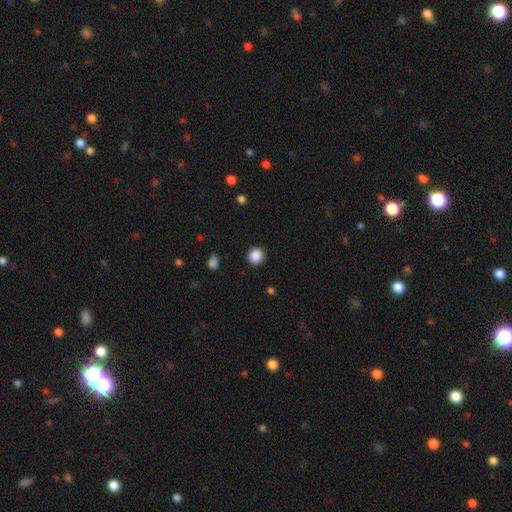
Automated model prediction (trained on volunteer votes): Smooth or featured?
  - smooth: 88% *
  - star or artifact: 9%
  - featured or disk: 3%
How rounded?
  - round: 84% *
  - in between: 15%
  - cigar-shaped: 1%
Merging?
  - none: 90% *
  - minor disturbance: 6%
  - major disturbance: 2%
  - merger: 1%